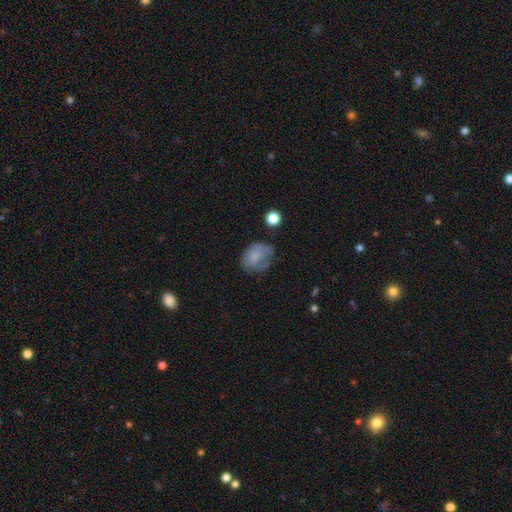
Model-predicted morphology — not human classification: smooth_or_featured: smooth (p=0.64) [alt: featured or disk p=0.26]
how_rounded: round (p=0.51) [alt: in between p=0.48]
merging: none (p=0.51) [alt: minor disturbance p=0.29]